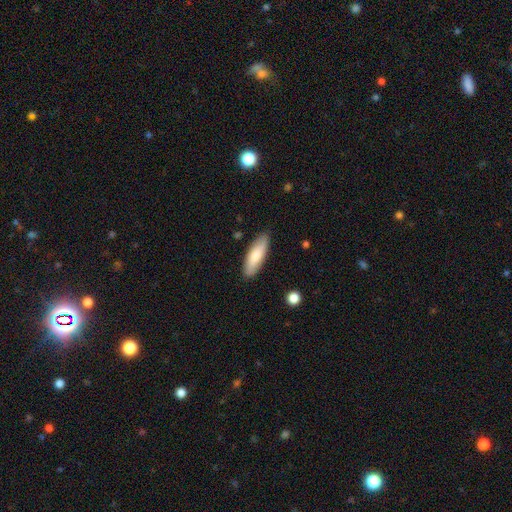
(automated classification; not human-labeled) Smooth or featured? smooth (77%)
How rounded? in between (55%)
Merging? none (87%)